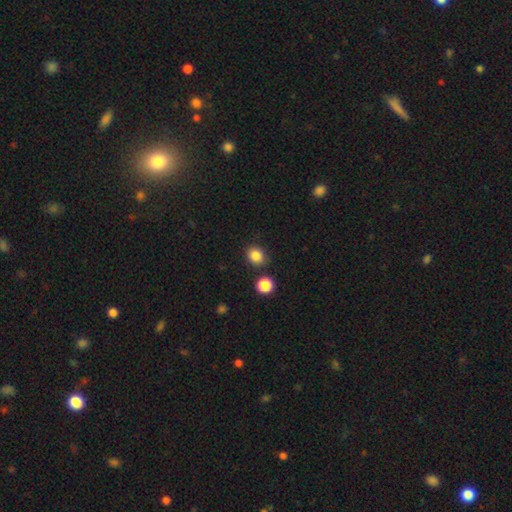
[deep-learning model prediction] A smooth galaxy with no disk features (85%) that is round (64%). Merging: none (83%).